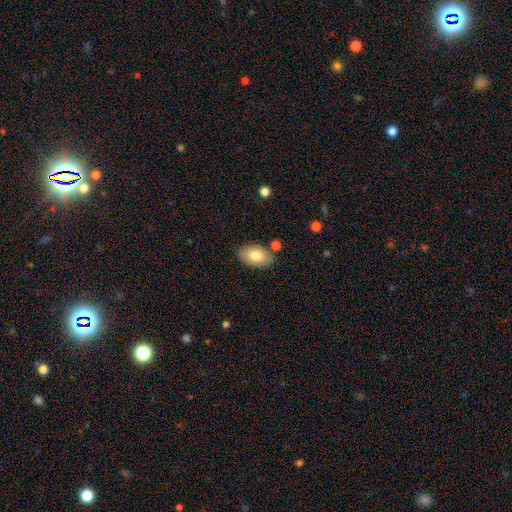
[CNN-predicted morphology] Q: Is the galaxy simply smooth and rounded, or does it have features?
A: smooth — 80%.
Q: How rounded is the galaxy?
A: in between — 91%.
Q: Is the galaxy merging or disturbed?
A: none — 81%.